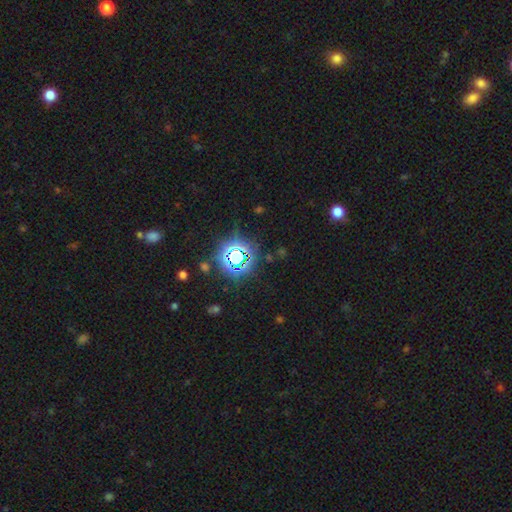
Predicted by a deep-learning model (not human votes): Q: Smooth or featured?
A: star or artifact (78%); runner-up: smooth (15%)